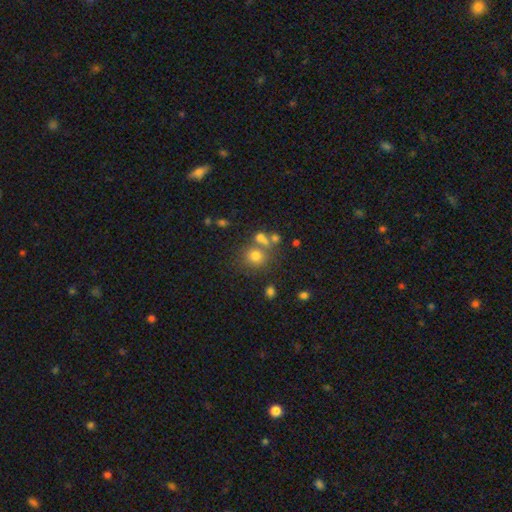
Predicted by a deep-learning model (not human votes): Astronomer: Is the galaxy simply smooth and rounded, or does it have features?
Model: smooth — 72%.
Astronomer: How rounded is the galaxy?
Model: round — 83%.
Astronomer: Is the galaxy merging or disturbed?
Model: none — 59%.